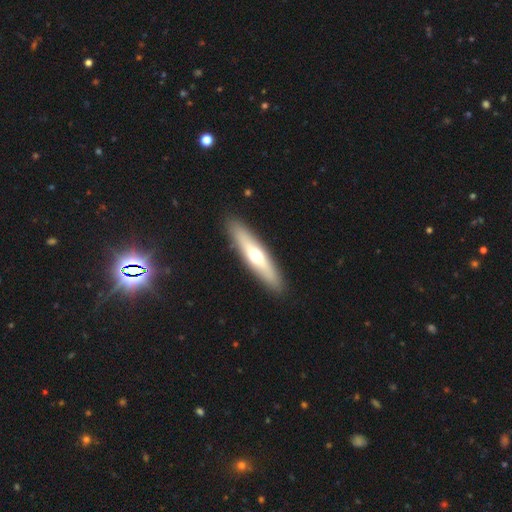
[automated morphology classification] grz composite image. It shows a smooth galaxy with no disk features (50%) that is cigar-shaped (79%). Merging: none (90%).